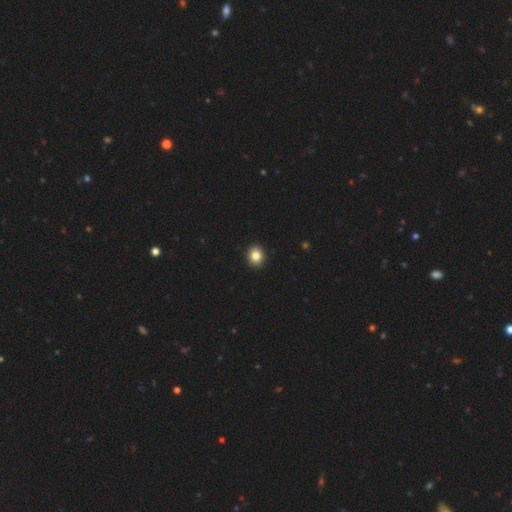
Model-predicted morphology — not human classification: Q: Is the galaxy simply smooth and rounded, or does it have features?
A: smooth — 85%.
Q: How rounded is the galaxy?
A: round — 62%.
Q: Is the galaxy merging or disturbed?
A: none — 93%.